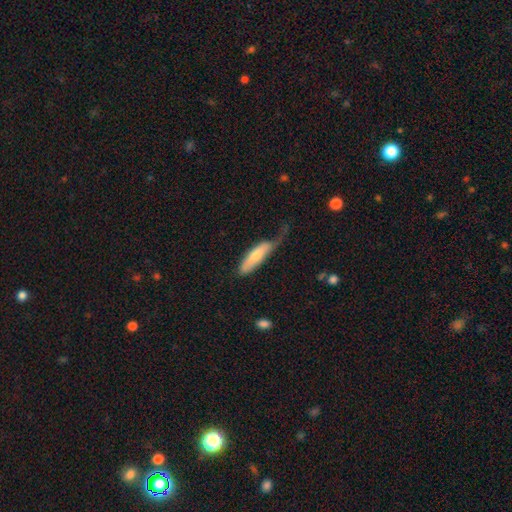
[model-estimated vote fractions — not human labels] smooth-or-featured: smooth: 67% | featured or disk: 28% | star or artifact: 5%
  how-rounded: cigar-shaped: 58% | in between: 41% | round: 2%
  merging: minor disturbance: 34% | major disturbance: 32% | none: 31% | merger: 4%